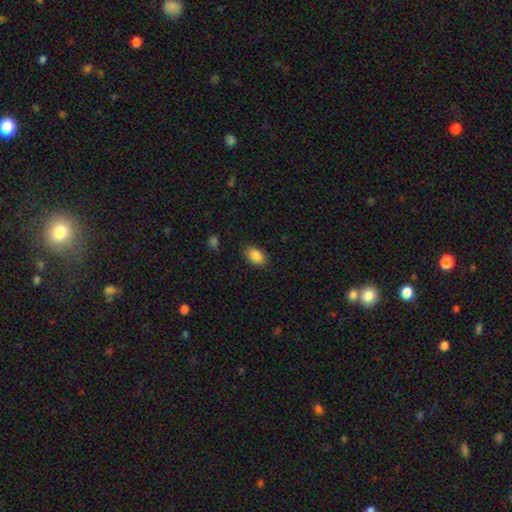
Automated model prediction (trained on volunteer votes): A smooth galaxy with no disk features (87%) that is in between round and cigar-shaped (90%). Merging: none (85%).